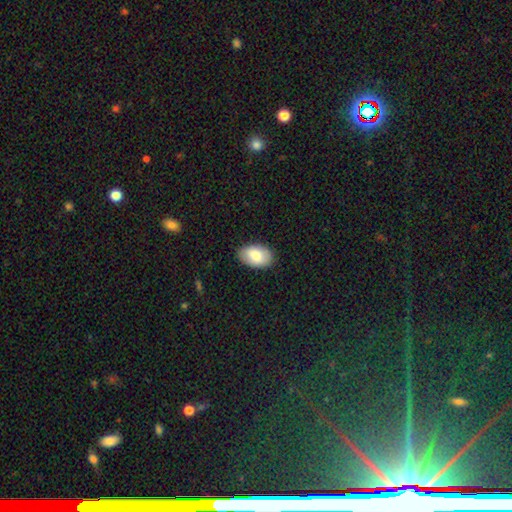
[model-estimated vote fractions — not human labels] Smooth or featured?
  - smooth: 79% *
  - featured or disk: 14%
  - star or artifact: 6%
How rounded?
  - in between: 92% *
  - round: 7%
  - cigar-shaped: 1%
Merging?
  - none: 86% *
  - minor disturbance: 11%
  - major disturbance: 2%
  - merger: 1%